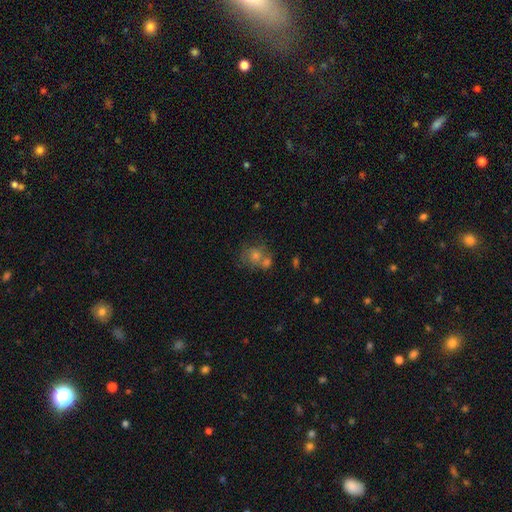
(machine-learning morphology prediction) type=smooth (53%); roundness=round (77%); merging=none (51%).